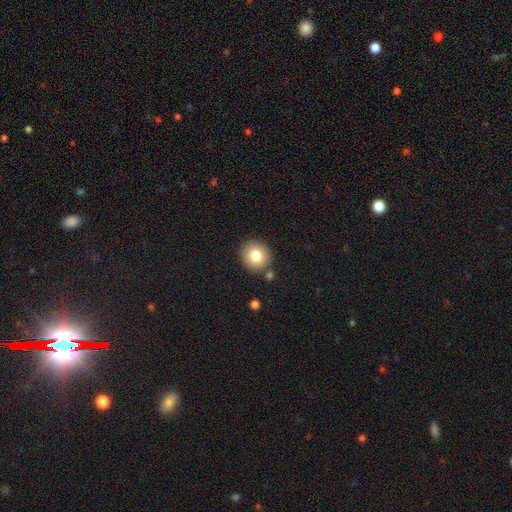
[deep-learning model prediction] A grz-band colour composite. It shows a smooth galaxy with no disk features (80%) that is round (85%). Merging: none (83%).